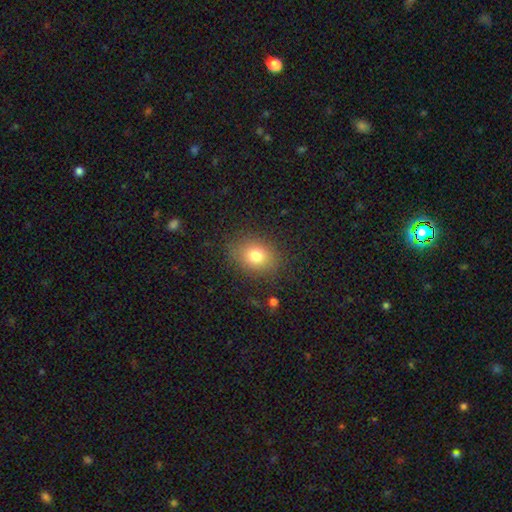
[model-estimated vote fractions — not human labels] Smooth or featured? smooth (78%)
How rounded? in between (55%)
Merging? none (82%)